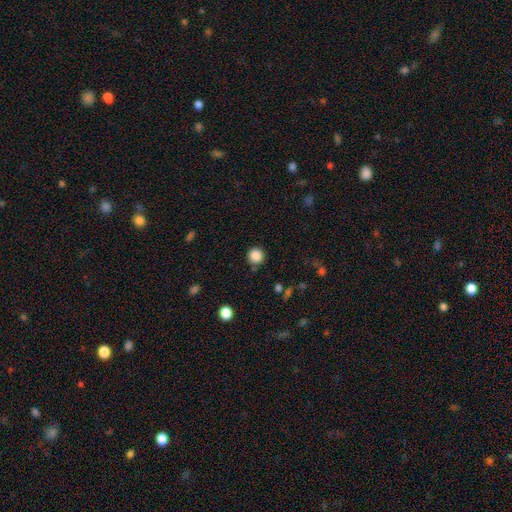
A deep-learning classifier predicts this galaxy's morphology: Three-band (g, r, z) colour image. It shows a smooth galaxy with no disk features (85%) that is round (93%). Merging: none (85%).